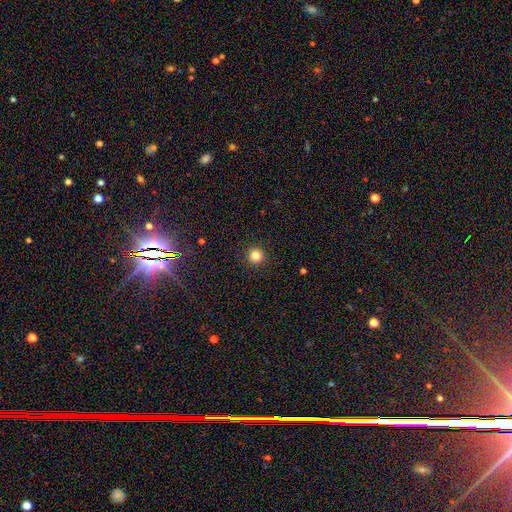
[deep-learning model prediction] This appears to be a smooth galaxy with no disk features (82%) that is round (96%). Merging: none (93%).